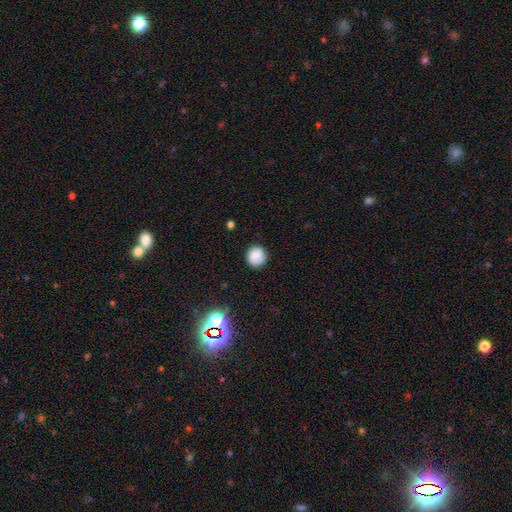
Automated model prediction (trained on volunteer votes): Morphology: type=smooth (79%); roundness=round (87%); merging=none (81%).